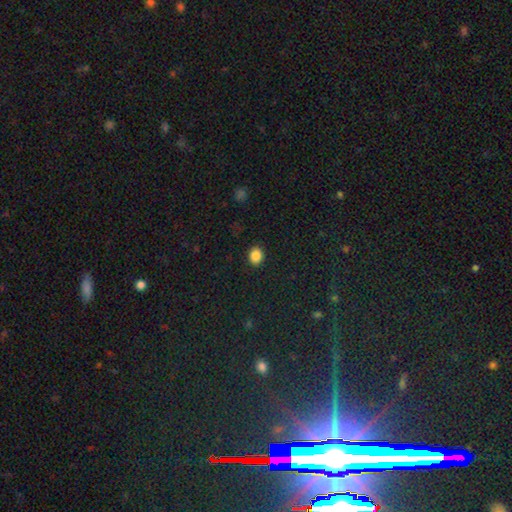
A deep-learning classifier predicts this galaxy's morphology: Smooth or featured? smooth (86%)
How rounded? round (56%)
Merging? none (90%)